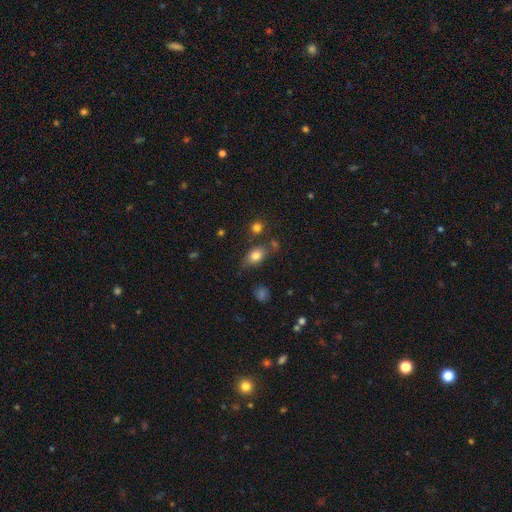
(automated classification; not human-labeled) A smooth galaxy with no disk features (81%) that is in between round and cigar-shaped (77%).

Vote fractions:
- Smooth or featured? smooth: 81% / star or artifact: 10% / featured or disk: 10%
- How rounded? in between: 77% / round: 20% / cigar-shaped: 3%
- Merging? none: 69% / minor disturbance: 18% / merger: 8% / major disturbance: 5%